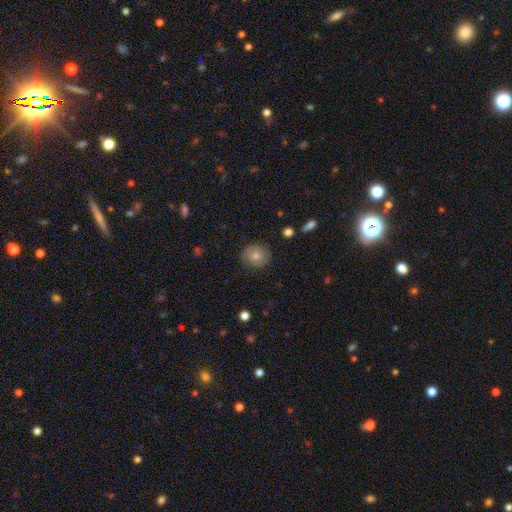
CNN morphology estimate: Overall: smooth (58%; featured or disk 33%). How rounded: round (84%). Merging: none (82%).